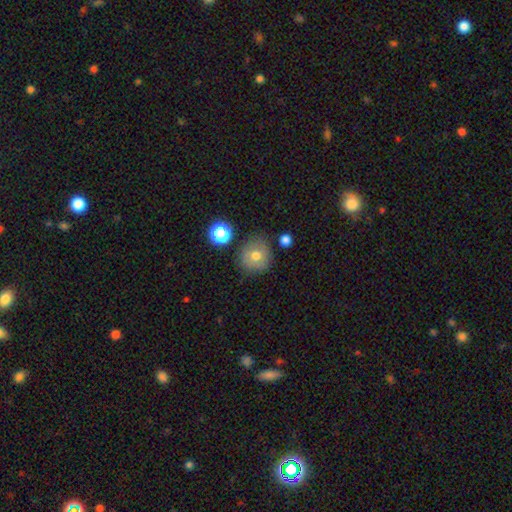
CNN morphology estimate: smooth_or_featured: smooth (p=0.69) [alt: featured or disk p=0.20]
how_rounded: round (p=0.88) [alt: in between p=0.11]
merging: none (p=0.77) [alt: minor disturbance p=0.15]